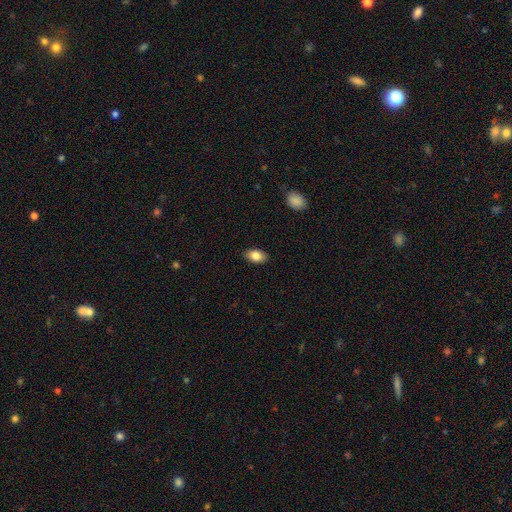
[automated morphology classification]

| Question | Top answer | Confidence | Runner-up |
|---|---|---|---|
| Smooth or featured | smooth | 84% | featured or disk (8%) |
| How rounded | in between | 91% | round (8%) |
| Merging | none | 88% | minor disturbance (9%) |